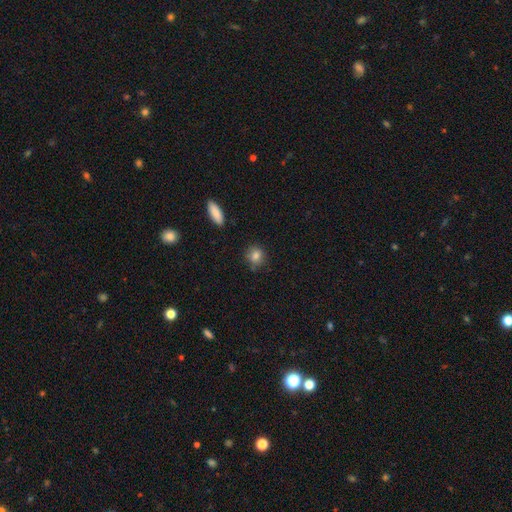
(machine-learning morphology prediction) smooth-or-featured: smooth: 83% | star or artifact: 10% | featured or disk: 8%
  how-rounded: round: 76% | in between: 22% | cigar-shaped: 2%
  merging: none: 78% | minor disturbance: 15% | merger: 4% | major disturbance: 3%